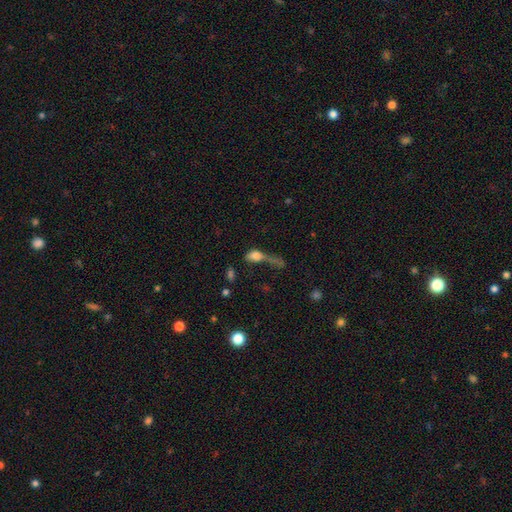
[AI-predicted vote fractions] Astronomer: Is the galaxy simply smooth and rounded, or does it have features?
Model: smooth — 71%.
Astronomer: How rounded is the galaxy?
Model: in between — 70%.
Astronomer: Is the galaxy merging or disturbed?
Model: major disturbance — 41% (runner-up: merger, 26%).